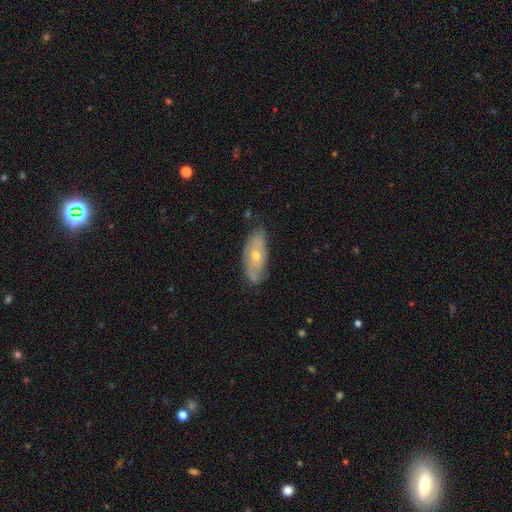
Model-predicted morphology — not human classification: Smooth or featured? Predicted: featured or disk (p=0.58). Edge-on disk? Predicted: no (p=0.80). Merging? Predicted: none (p=0.70).